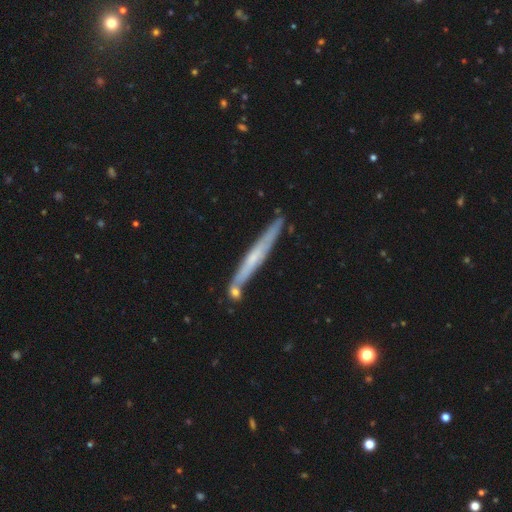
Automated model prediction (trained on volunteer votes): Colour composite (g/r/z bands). It shows a featured or disk galaxy (62%) viewed edge-on (94%) with no central bulge (60%). Merging: none (81%).